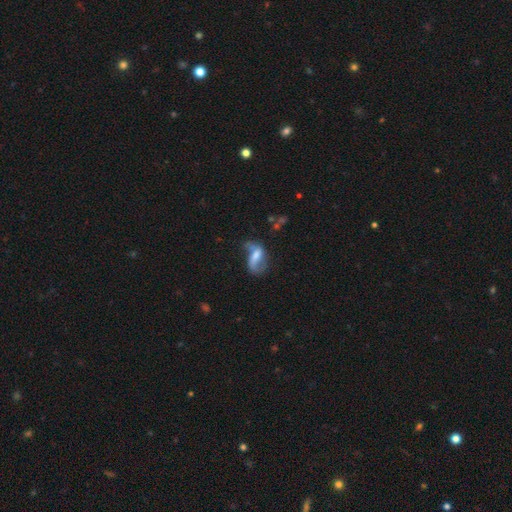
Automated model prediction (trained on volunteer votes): Q: Smooth or featured?
A: featured or disk (55%); runner-up: smooth (36%)
Q: Edge-on disk?
A: no (94%); runner-up: yes (6%)
Q: Bar?
A: weak (41%); runner-up: no (33%)
Q: Spiral arms?
A: yes (70%); runner-up: no (30%)
Q: Bulge size?
A: moderate (41%); runner-up: small (28%)
Q: Merging?
A: none (36%); runner-up: major disturbance (31%)